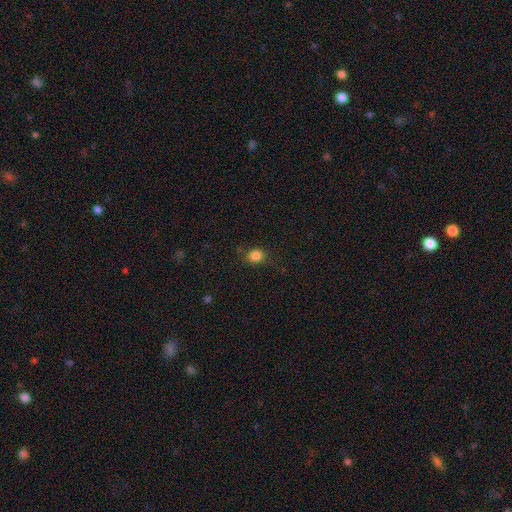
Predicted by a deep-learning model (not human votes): smooth-or-featured: smooth: 84% | star or artifact: 12% | featured or disk: 4%
  how-rounded: round: 74% | in between: 25% | cigar-shaped: 1%
  merging: none: 84% | minor disturbance: 11% | major disturbance: 3% | merger: 1%